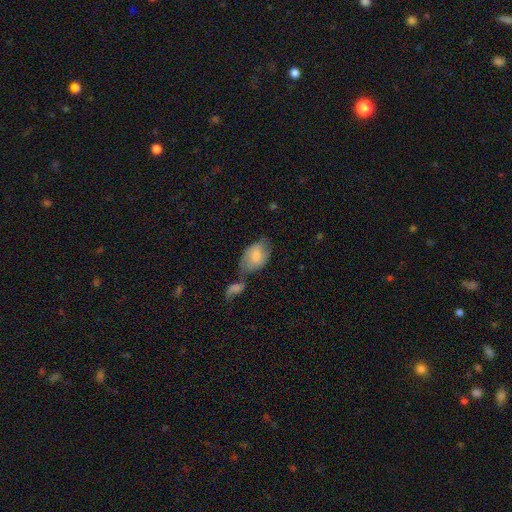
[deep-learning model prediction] A smooth galaxy with no disk features (72%) that is in between round and cigar-shaped (90%).

Vote fractions:
- Smooth or featured? smooth: 72% / featured or disk: 21% / star or artifact: 6%
- How rounded? in between: 90% / round: 9% / cigar-shaped: 2%
- Merging? merger: 35% / none: 34% / minor disturbance: 20% / major disturbance: 11%